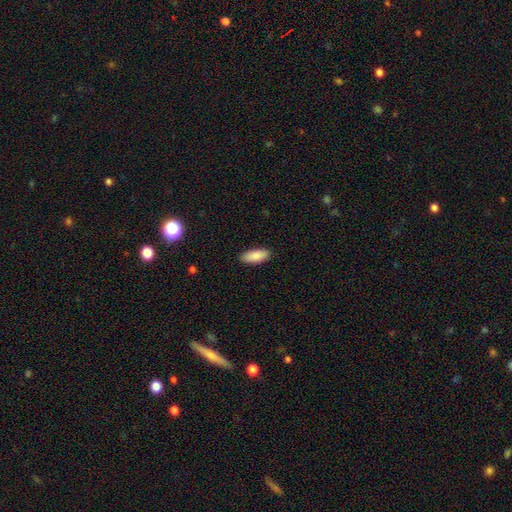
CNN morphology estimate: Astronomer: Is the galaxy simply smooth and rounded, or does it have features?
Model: smooth — 89%.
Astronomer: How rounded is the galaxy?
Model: in between — 81%.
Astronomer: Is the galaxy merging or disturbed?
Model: none — 90%.